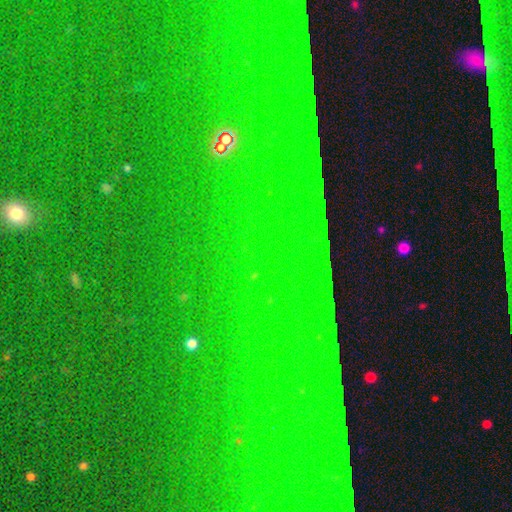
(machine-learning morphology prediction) This is clearly a star or artifact rather than a galaxy (83%).